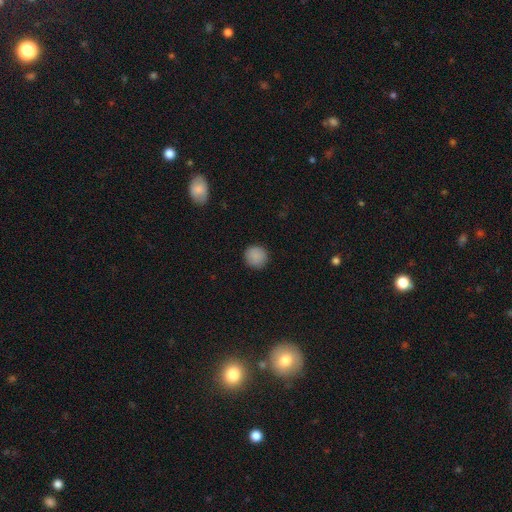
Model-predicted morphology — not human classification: Smooth or featured? Predicted: smooth (p=0.88). How rounded? Predicted: round (p=0.95). Merging? Predicted: none (p=0.90).